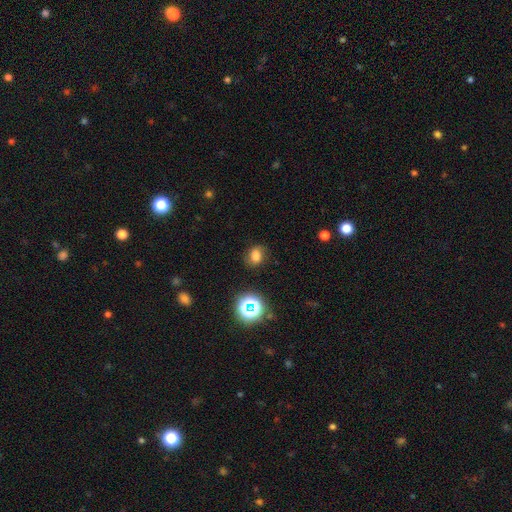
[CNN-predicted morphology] smooth 71%, star or artifact 19%, featured or disk 11%. Down the decision tree: how rounded — in between (52%); merging — none (78%).